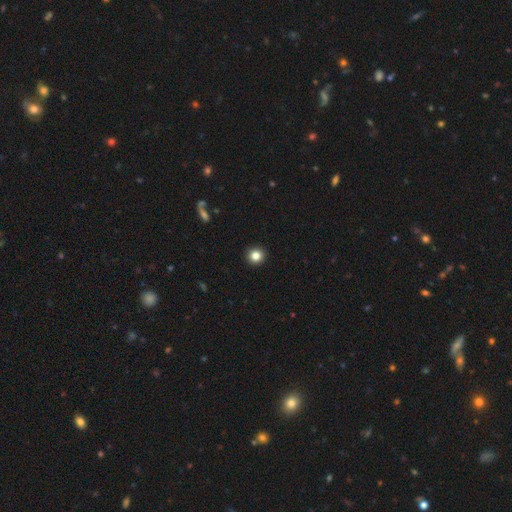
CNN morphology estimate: A smooth galaxy with no disk features (84%) that is round (93%).

Vote fractions:
- Smooth or featured? smooth: 84% / star or artifact: 11% / featured or disk: 5%
- How rounded? round: 93% / in between: 6% / cigar-shaped: 1%
- Merging? none: 94% / minor disturbance: 4% / major disturbance: 1% / merger: 1%